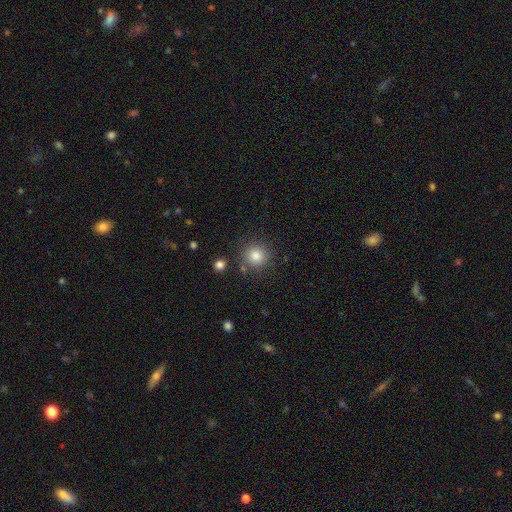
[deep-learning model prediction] smooth-or-featured: smooth: 83% | star or artifact: 11% | featured or disk: 6%
  how-rounded: round: 92% | in between: 7% | cigar-shaped: 1%
  merging: none: 82% | minor disturbance: 9% | merger: 5% | major disturbance: 3%